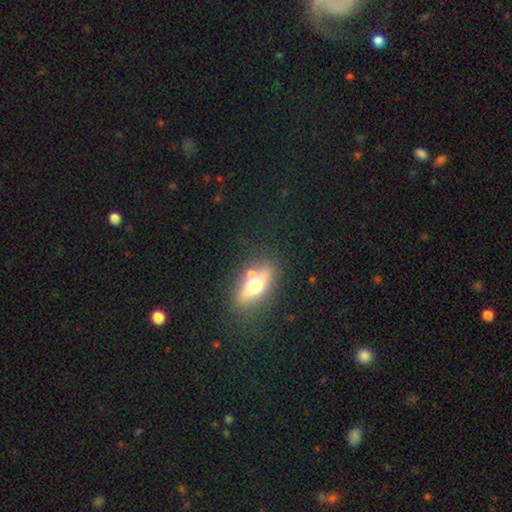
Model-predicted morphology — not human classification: Smooth or featured: smooth — 53% (featured or disk — 28%)
How rounded: in between — 77% (round — 13%)
Merging: none — 81% (minor disturbance — 11%)